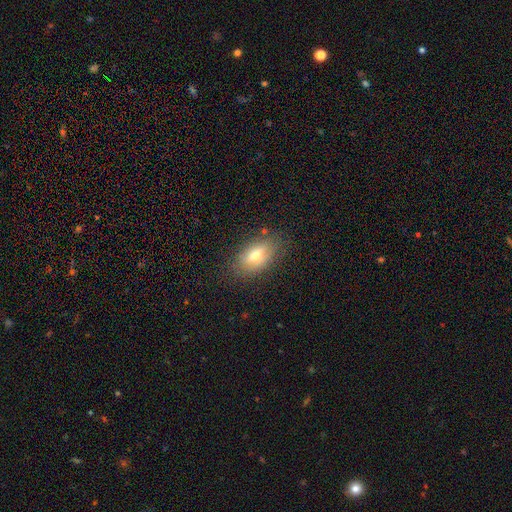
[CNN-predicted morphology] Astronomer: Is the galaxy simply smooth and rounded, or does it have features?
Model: smooth — 65%.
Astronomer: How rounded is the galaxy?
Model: in between — 86%.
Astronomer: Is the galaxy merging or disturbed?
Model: none — 80%.